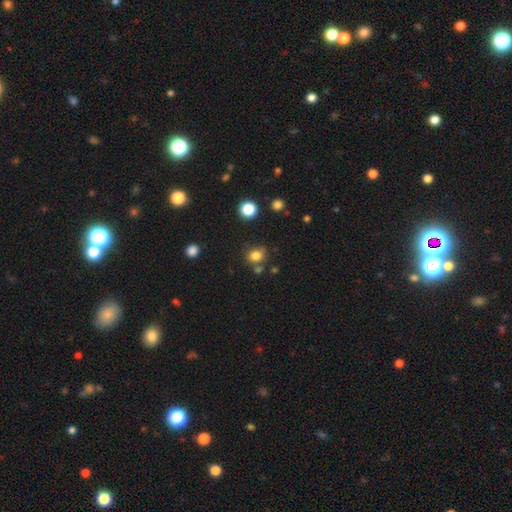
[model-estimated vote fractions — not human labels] Smooth or featured?
  - smooth: 80% *
  - star or artifact: 14%
  - featured or disk: 6%
How rounded?
  - round: 67% *
  - in between: 32%
  - cigar-shaped: 1%
Merging?
  - none: 68% *
  - minor disturbance: 16%
  - merger: 11%
  - major disturbance: 5%